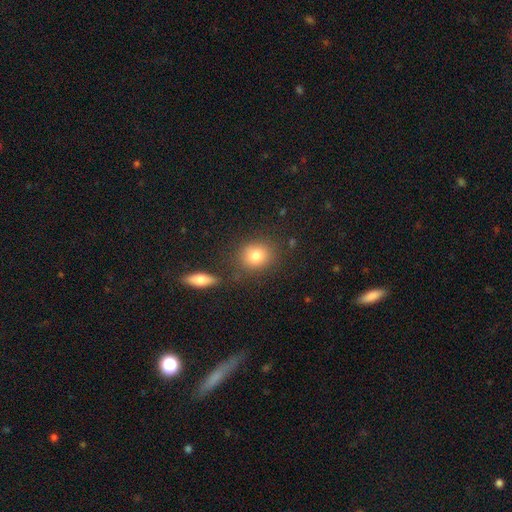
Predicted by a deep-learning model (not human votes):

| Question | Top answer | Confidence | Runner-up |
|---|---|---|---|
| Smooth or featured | smooth | 81% | star or artifact (9%) |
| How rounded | round | 70% | in between (28%) |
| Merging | none | 78% | minor disturbance (11%) |